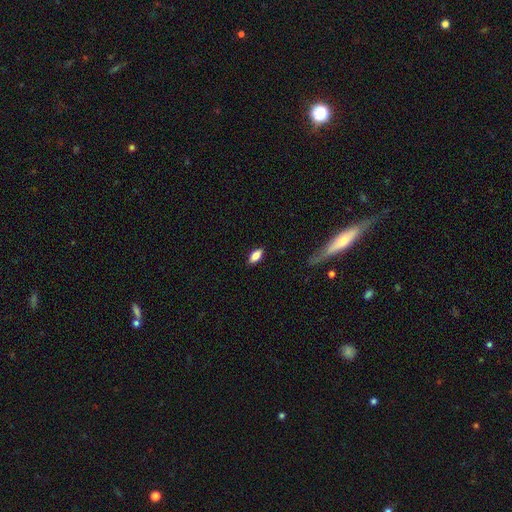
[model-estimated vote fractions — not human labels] The model was most divided on "smooth or featured": smooth: 79%, featured or disk: 13%, star or artifact: 7%. More confident: merging — none (87%); how rounded — in between (87%).